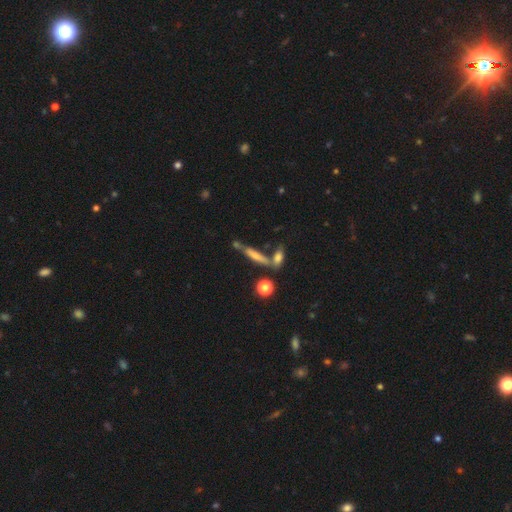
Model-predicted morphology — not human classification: Overall: featured or disk (45%; smooth 42%). Merging: none (63%).